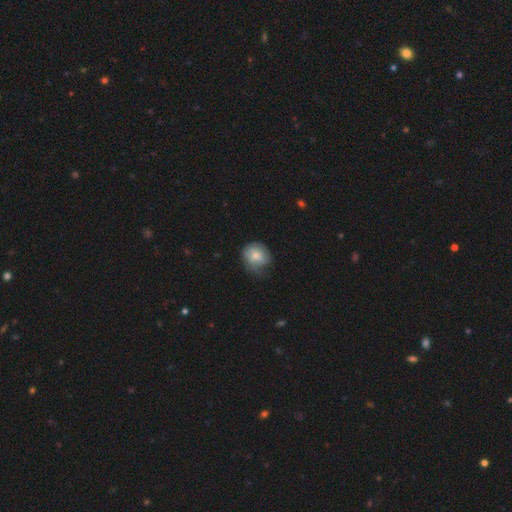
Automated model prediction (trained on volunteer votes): Smooth or featured: smooth — 64% (featured or disk — 29%)
How rounded: round — 74% (in between — 25%)
Merging: none — 54% (minor disturbance — 31%)